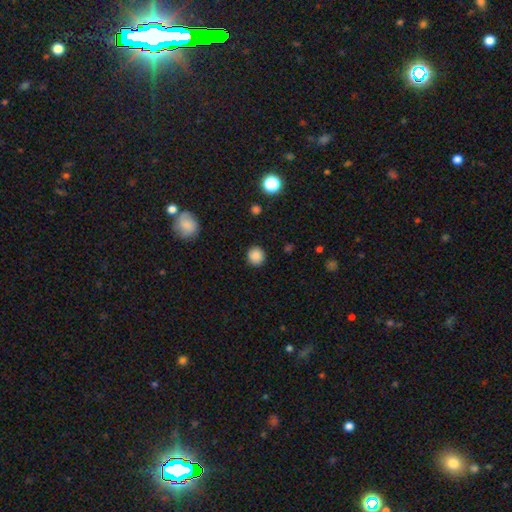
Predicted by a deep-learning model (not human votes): This is clearly a smooth galaxy (86%). How rounded: clearly round (90%). Merging: clearly none (90%).